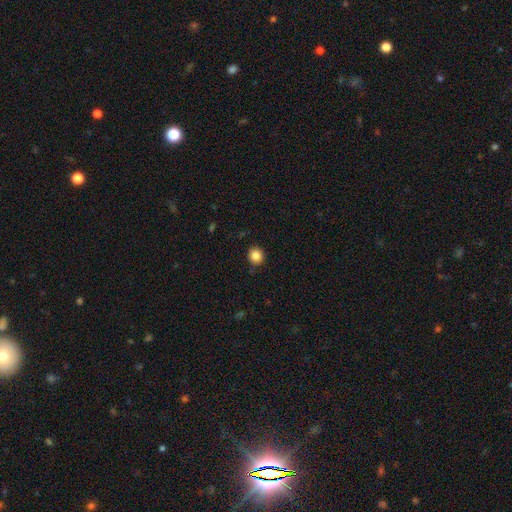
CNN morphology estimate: smooth-or-featured: smooth: 86% | star or artifact: 10% | featured or disk: 4%
  how-rounded: round: 89% | in between: 10% | cigar-shaped: 1%
  merging: none: 90% | minor disturbance: 7% | major disturbance: 2% | merger: 1%